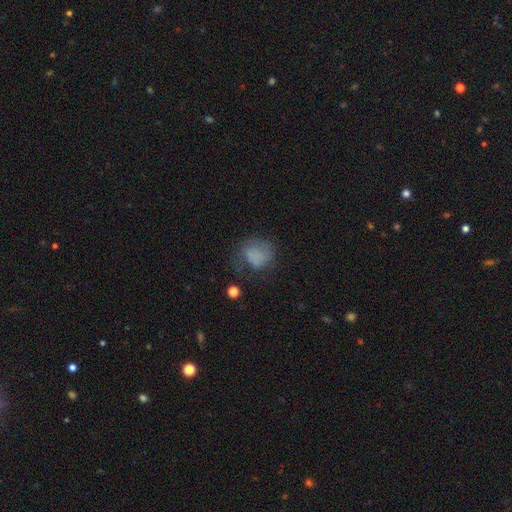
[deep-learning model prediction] smooth 63%, featured or disk 25%, star or artifact 13%. Down the decision tree: how rounded — round (62%); merging — none (41%).